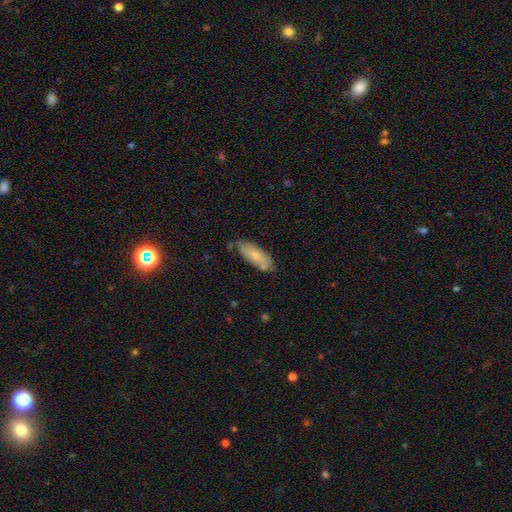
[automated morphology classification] smooth_or_featured: smooth (p=0.77) [alt: featured or disk p=0.17]
how_rounded: in between (p=0.69) [alt: cigar-shaped p=0.30]
merging: none (p=0.71) [alt: minor disturbance p=0.21]